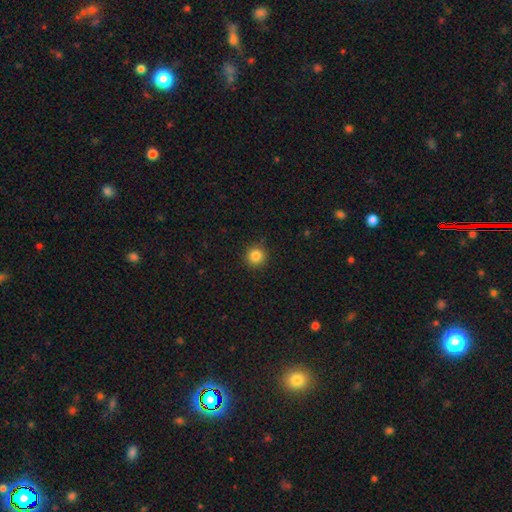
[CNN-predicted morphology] This appears to be a smooth galaxy with no disk features (84%) that is round (94%). Merging: none (90%).